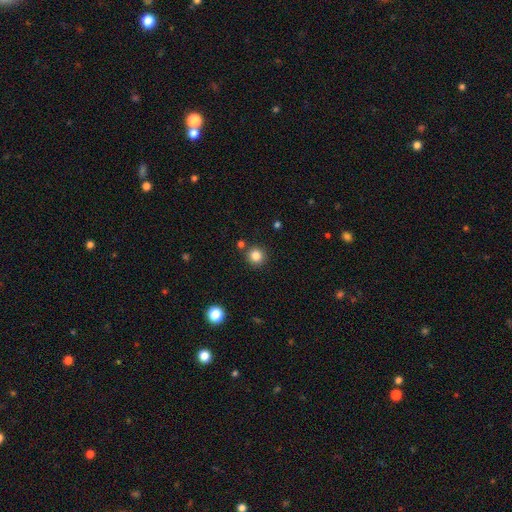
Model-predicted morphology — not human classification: Smooth or featured? smooth (84%)
How rounded? round (93%)
Merging? none (86%)